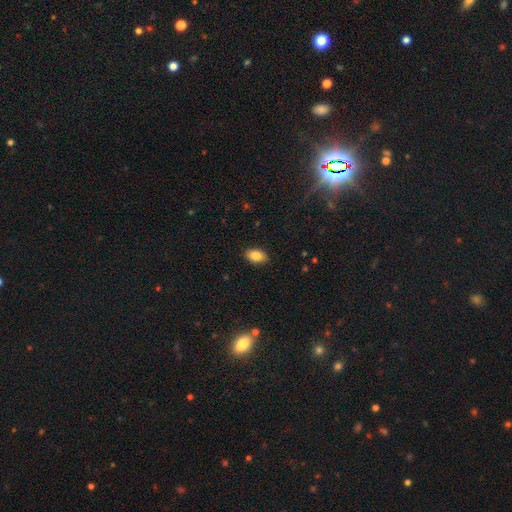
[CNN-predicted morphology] Smooth or featured: smooth — 84% (star or artifact — 8%)
How rounded: in between — 91% (round — 8%)
Merging: none — 88% (minor disturbance — 9%)